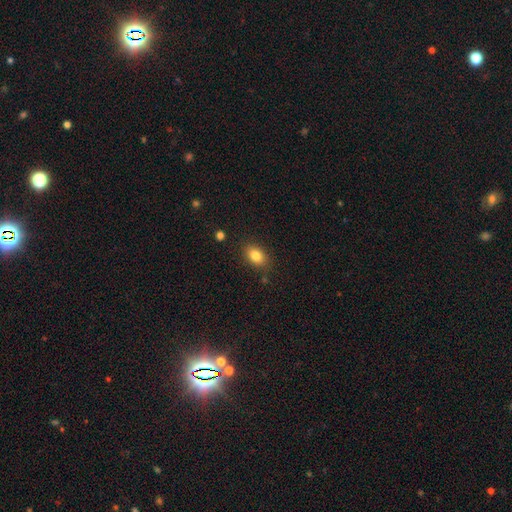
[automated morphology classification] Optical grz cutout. It shows a smooth galaxy with no disk features (83%) that is in between round and cigar-shaped (82%). Merging: none (84%).